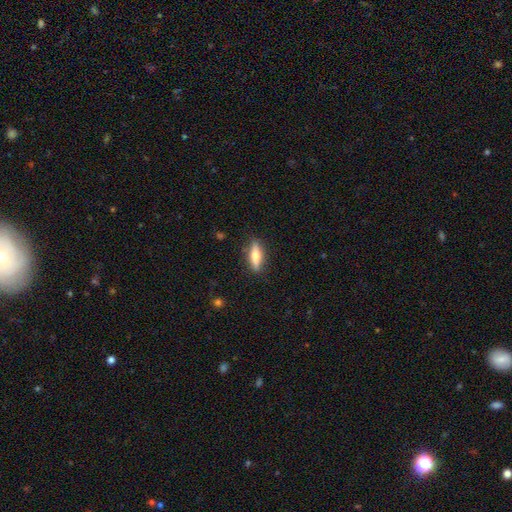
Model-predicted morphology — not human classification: Smooth or featured?
  - smooth: 55% *
  - featured or disk: 39%
  - star or artifact: 6%
How rounded?
  - cigar-shaped: 59% *
  - in between: 39%
  - round: 3%
Merging?
  - none: 86% *
  - minor disturbance: 10%
  - major disturbance: 2%
  - merger: 1%